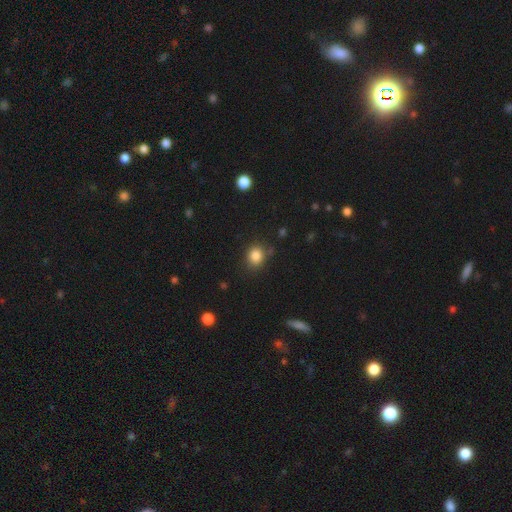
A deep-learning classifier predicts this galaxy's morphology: Smooth or featured?
  - smooth: 84% *
  - star or artifact: 11%
  - featured or disk: 5%
How rounded?
  - round: 70% *
  - in between: 29%
  - cigar-shaped: 1%
Merging?
  - none: 80% *
  - minor disturbance: 13%
  - major disturbance: 4%
  - merger: 3%